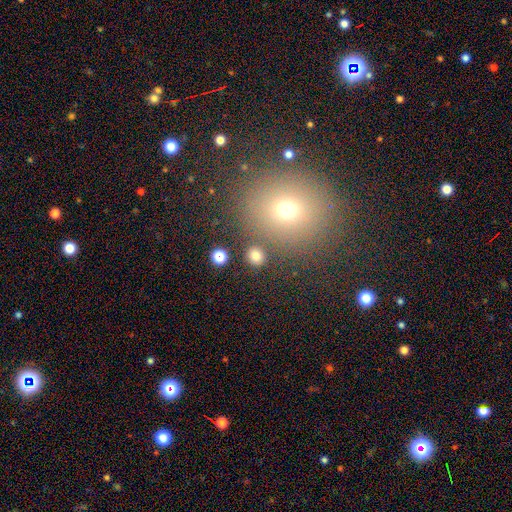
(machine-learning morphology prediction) Smooth or featured?
  - smooth: 79% *
  - star or artifact: 14%
  - featured or disk: 7%
How rounded?
  - round: 79% *
  - in between: 20%
  - cigar-shaped: 1%
Merging?
  - none: 83% *
  - minor disturbance: 7%
  - merger: 7%
  - major disturbance: 3%